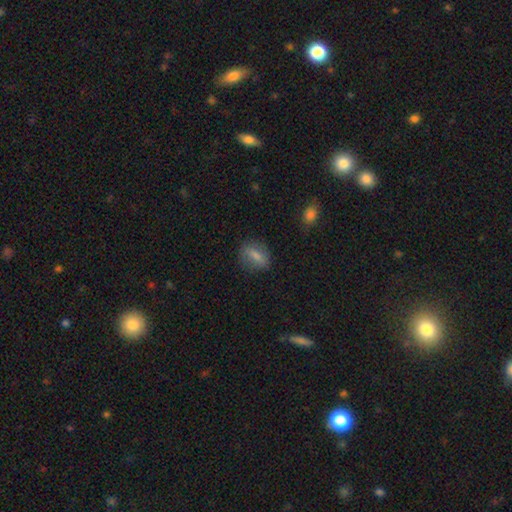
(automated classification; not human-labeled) A smooth galaxy with no disk features (74%) that is in between round and cigar-shaped (66%).

Vote fractions:
- Smooth or featured? smooth: 74% / featured or disk: 18% / star or artifact: 8%
- How rounded? in between: 66% / round: 27% / cigar-shaped: 7%
- Merging? none: 78% / minor disturbance: 15% / major disturbance: 5% / merger: 2%